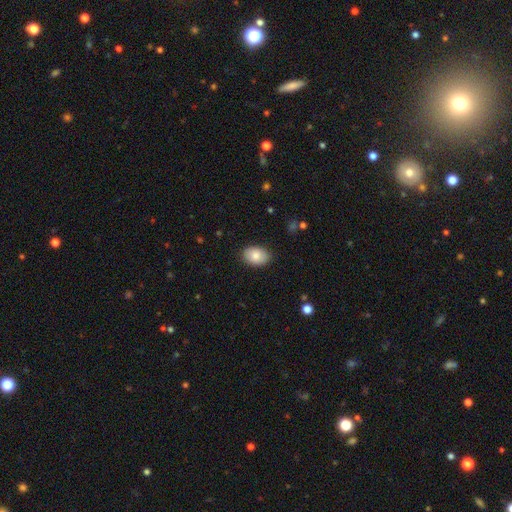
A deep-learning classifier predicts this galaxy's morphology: Smooth or featured: smooth — 84% (featured or disk — 9%)
How rounded: in between — 82% (round — 17%)
Merging: none — 87% (minor disturbance — 10%)